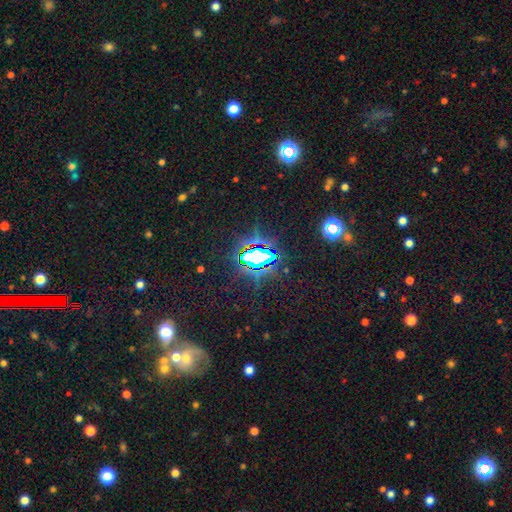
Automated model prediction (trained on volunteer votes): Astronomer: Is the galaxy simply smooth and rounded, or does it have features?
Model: star or artifact — 77%.